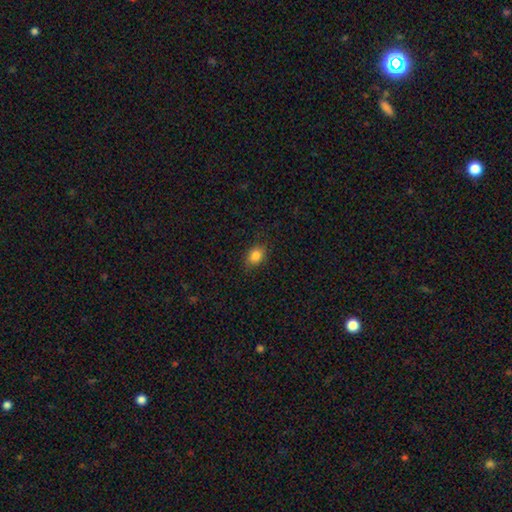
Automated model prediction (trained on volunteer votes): A smooth galaxy with no disk features (83%) that is in between round and cigar-shaped (60%). Merging: none (81%).